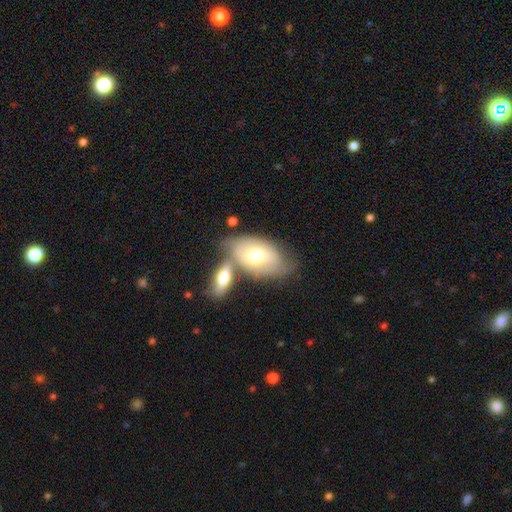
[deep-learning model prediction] A smooth galaxy with no disk features (62%) that is in between round and cigar-shaped (90%).

Vote fractions:
- Smooth or featured? smooth: 62% / featured or disk: 32% / star or artifact: 7%
- How rounded? in between: 90% / round: 8% / cigar-shaped: 3%
- Merging? merger: 41% / none: 38% / minor disturbance: 14% / major disturbance: 6%